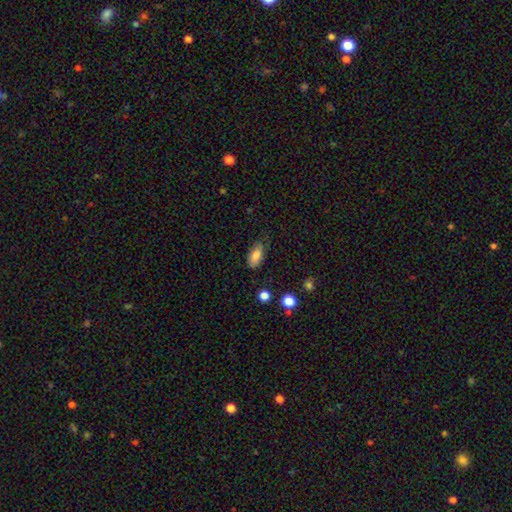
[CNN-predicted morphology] A smooth galaxy with no disk features (82%) that is in between round and cigar-shaped (87%).

Vote fractions:
- Smooth or featured? smooth: 82% / featured or disk: 10% / star or artifact: 8%
- How rounded? in between: 87% / cigar-shaped: 9% / round: 3%
- Merging? none: 66% / minor disturbance: 26% / major disturbance: 6% / merger: 2%